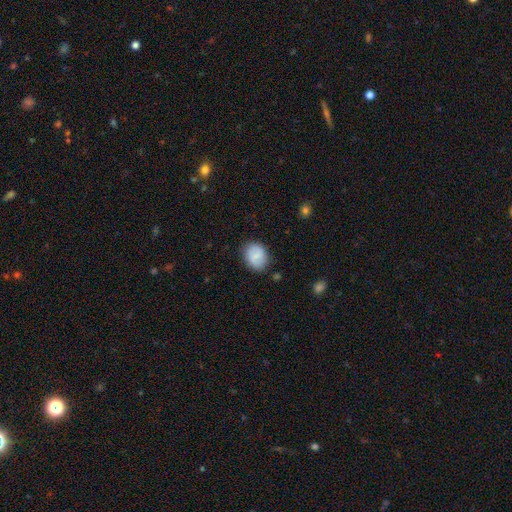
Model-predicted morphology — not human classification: Smooth or featured? smooth (72%)
How rounded? in between (52%)
Merging? none (82%)